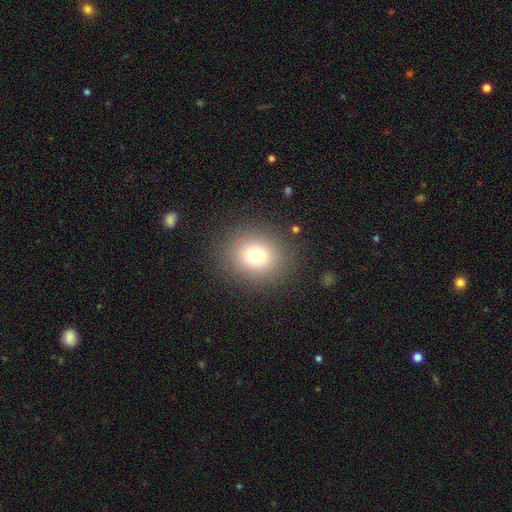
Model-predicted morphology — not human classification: Smooth or featured: smooth — 78% (star or artifact — 12%)
How rounded: round — 67% (in between — 32%)
Merging: none — 87% (minor disturbance — 8%)